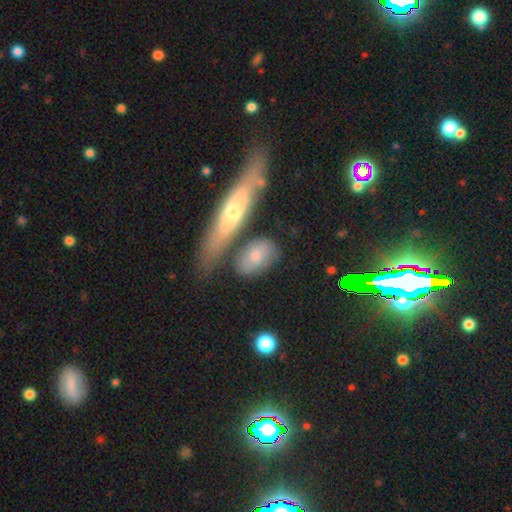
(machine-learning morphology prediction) A smooth galaxy with no disk features (70%) that is in between round and cigar-shaped (79%). Merging: none (60%).